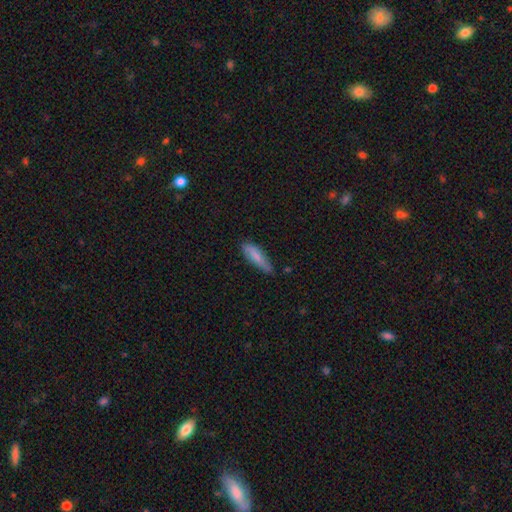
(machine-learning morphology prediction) Smooth or featured? smooth (77%)
How rounded? cigar-shaped (60%)
Merging? none (67%)